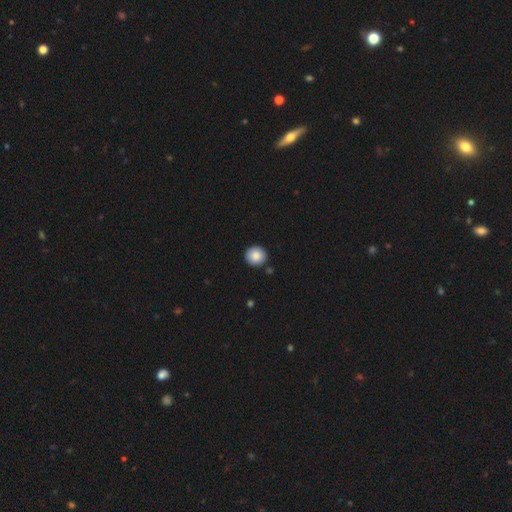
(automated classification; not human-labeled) Morphology: type=smooth (87%); roundness=round (91%); merging=none (88%).